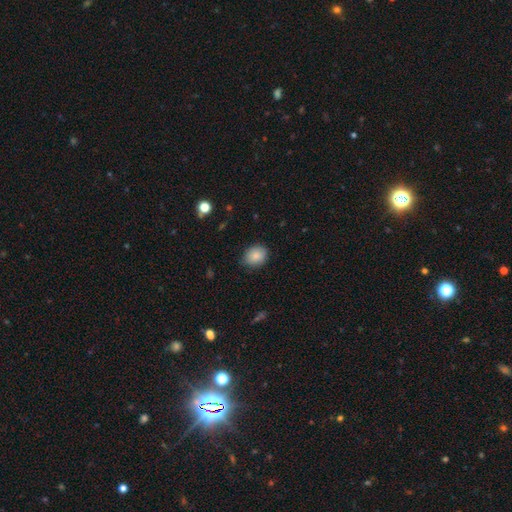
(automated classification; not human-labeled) A smooth galaxy with no disk features (86%) that is round (54%). Merging: none (79%).